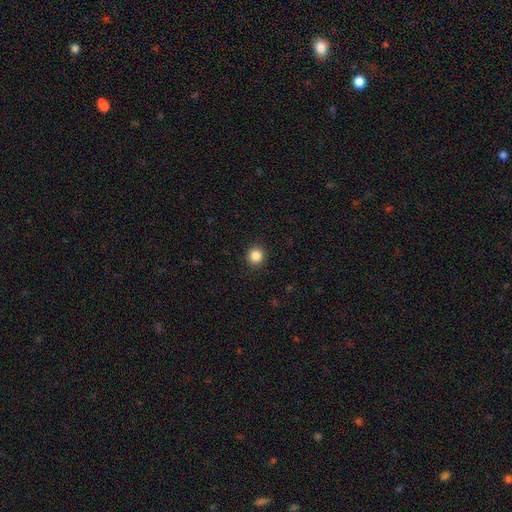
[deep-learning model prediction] This appears to be a smooth galaxy with no disk features (86%) that is round (93%). Merging: none (92%).